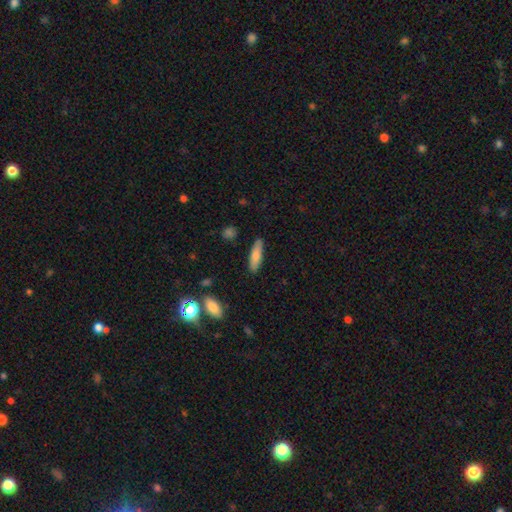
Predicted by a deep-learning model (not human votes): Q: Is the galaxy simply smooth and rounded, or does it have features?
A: smooth — 77%.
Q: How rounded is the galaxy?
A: cigar-shaped — 61%.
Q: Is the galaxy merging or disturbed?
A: none — 86%.